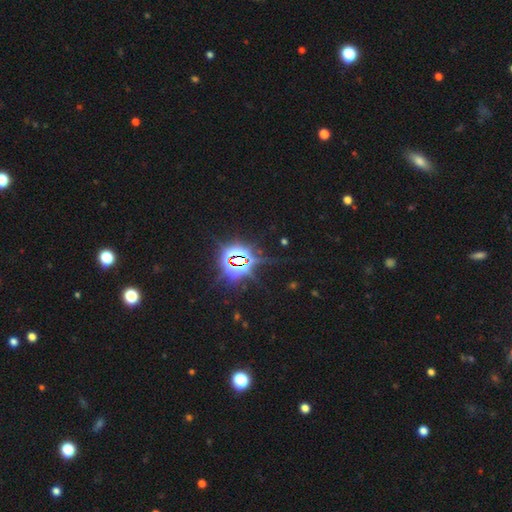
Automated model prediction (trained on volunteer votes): star or artifact 84%, smooth 9%, featured or disk 7%.